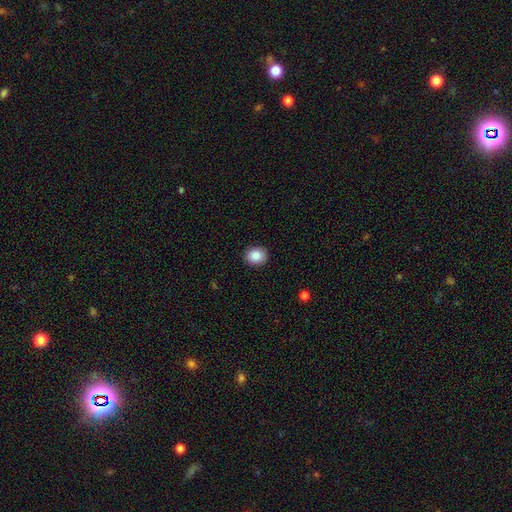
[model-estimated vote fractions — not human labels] The model was most divided on "how rounded": round: 63%, in between: 37%, cigar-shaped: 1%. More confident: merging — none (91%); smooth or featured — smooth (87%).